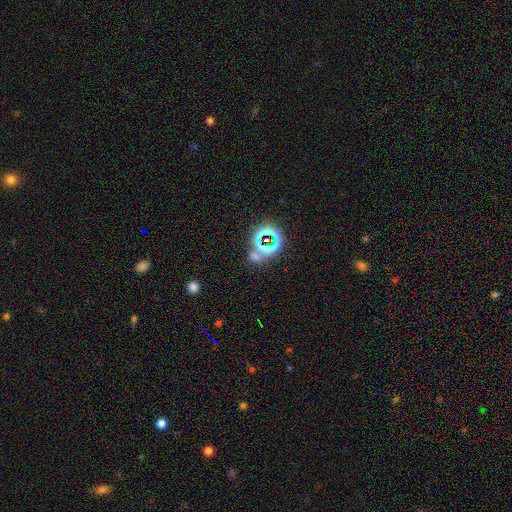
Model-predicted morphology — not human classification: smooth-or-featured: star or artifact: 62% | smooth: 27% | featured or disk: 11%